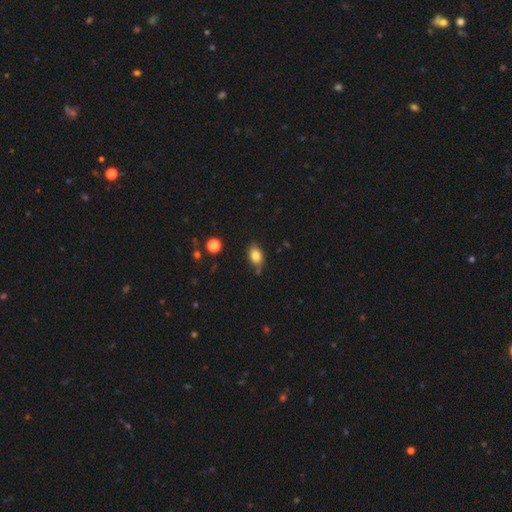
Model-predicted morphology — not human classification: Overall: smooth (81%). How rounded: in between (81%). Merging: none (68%).